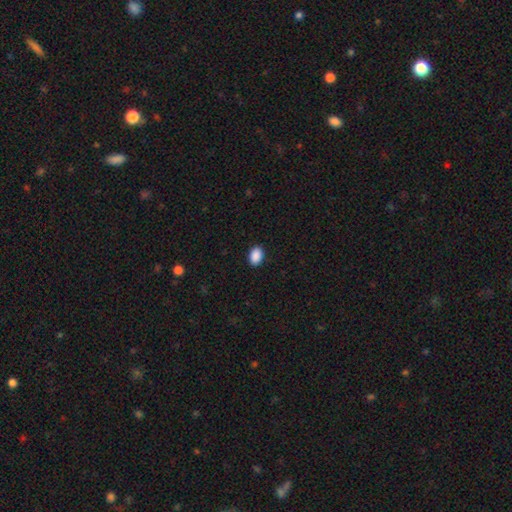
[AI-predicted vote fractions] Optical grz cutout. It shows a smooth galaxy with no disk features (90%) that is in between round and cigar-shaped (80%). Merging: none (90%).